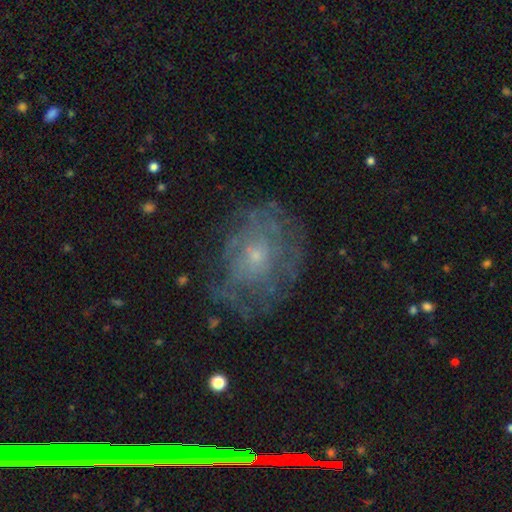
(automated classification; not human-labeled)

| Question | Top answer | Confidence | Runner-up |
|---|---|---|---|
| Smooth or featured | featured or disk | 60% | smooth (26%) |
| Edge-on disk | no | 95% | yes (5%) |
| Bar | no | 85% | weak (13%) |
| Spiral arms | yes | 53% | no (47%) |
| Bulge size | small | 70% | moderate (24%) |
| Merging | none | 66% | minor disturbance (20%) |